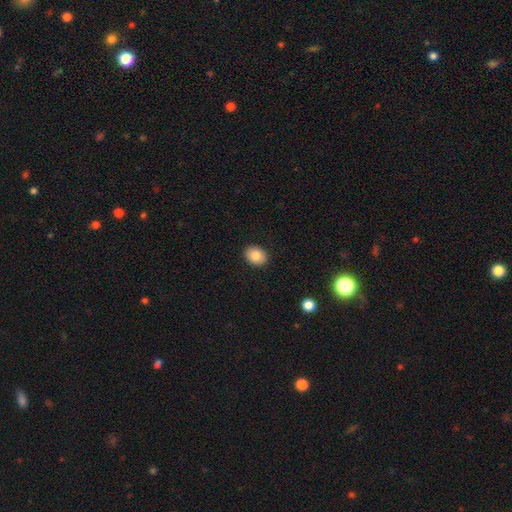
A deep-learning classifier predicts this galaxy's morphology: The model was most divided on "how rounded": in between: 57%, round: 42%, cigar-shaped: 1%. More confident: merging — none (91%); smooth or featured — smooth (85%).